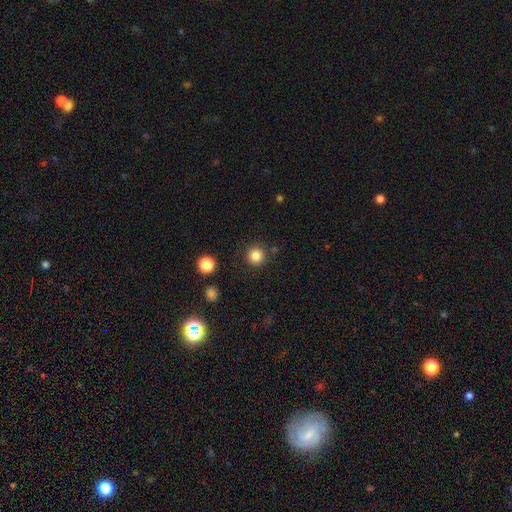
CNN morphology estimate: Smooth or featured: smooth — 84% (star or artifact — 11%)
How rounded: round — 95% (in between — 4%)
Merging: none — 88% (minor disturbance — 7%)